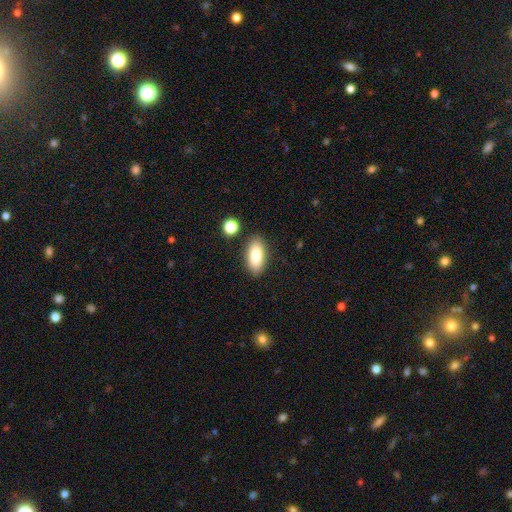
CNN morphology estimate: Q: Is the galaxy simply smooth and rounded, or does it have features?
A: smooth — 82%.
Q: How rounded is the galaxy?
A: in between — 88%.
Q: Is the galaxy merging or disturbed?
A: none — 85%.